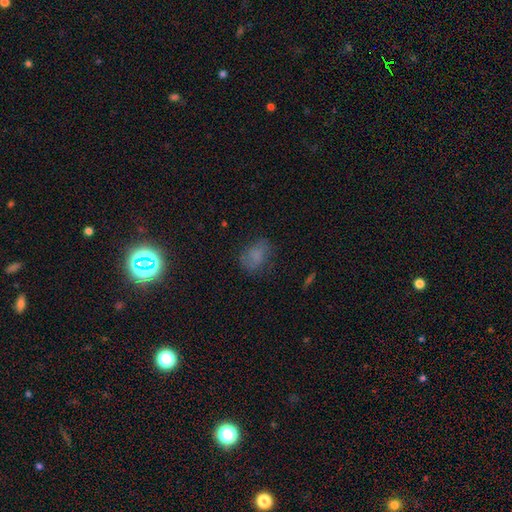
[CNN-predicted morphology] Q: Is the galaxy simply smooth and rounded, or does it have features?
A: smooth — 71%.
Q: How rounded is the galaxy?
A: in between — 66%.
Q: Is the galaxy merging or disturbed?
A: none — 66%.